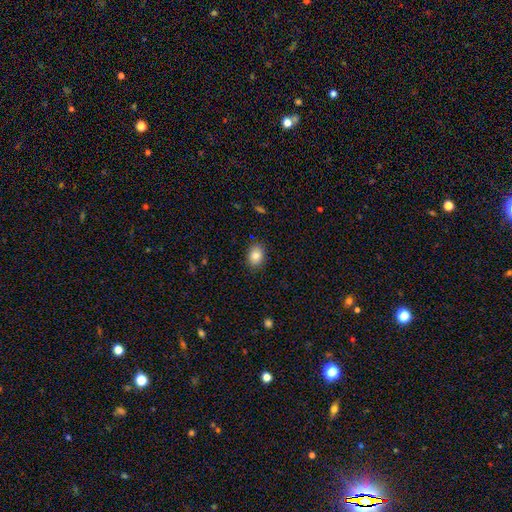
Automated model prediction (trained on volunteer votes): Smooth or featured? smooth (84%)
How rounded? in between (73%)
Merging? none (88%)